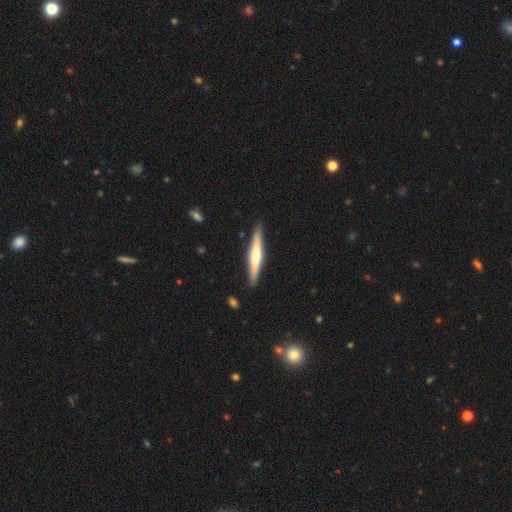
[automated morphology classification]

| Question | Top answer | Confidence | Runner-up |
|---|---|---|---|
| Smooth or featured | featured or disk | 55% | smooth (40%) |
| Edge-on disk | yes | 95% | no (5%) |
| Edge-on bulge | rounded | 73% | none (16%) |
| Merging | none | 89% | minor disturbance (8%) |